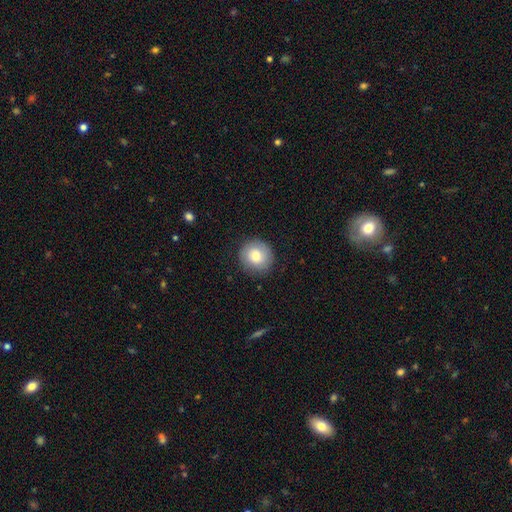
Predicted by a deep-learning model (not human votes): This appears to be a smooth galaxy with no disk features (78%) that is round (89%). Merging: none (86%).